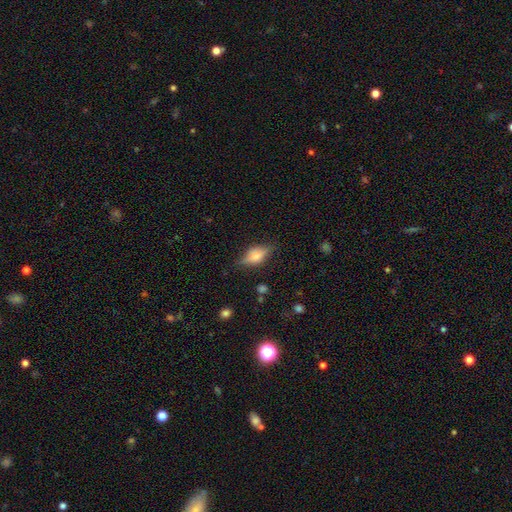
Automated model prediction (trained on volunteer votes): featured or disk 46%, smooth 44%, star or artifact 10%. Down the decision tree: merging — none (75%).